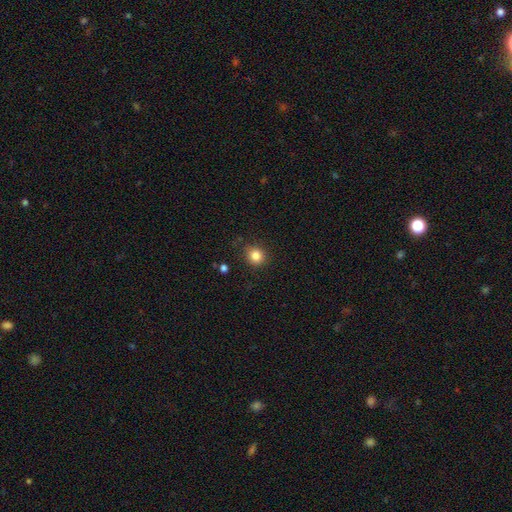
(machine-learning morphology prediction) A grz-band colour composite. It shows a smooth galaxy with no disk features (84%) that is round (86%). Merging: none (86%).